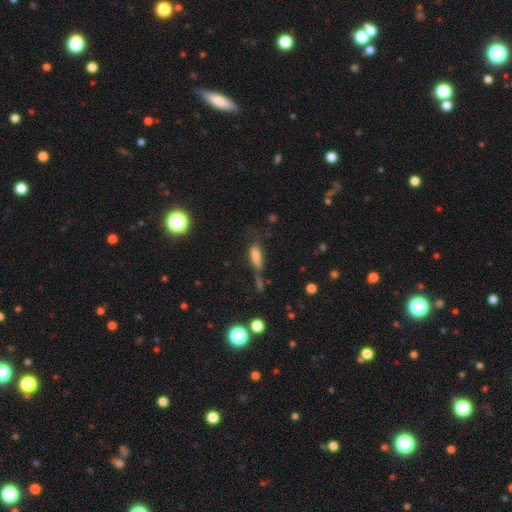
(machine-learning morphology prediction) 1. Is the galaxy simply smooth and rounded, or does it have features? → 69% smooth, 17% featured or disk, 14% star or artifact.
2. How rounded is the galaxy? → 62% in between, 33% cigar-shaped, 5% round.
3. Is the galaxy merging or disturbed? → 46% none, 25% minor disturbance, 18% major disturbance, 12% merger.